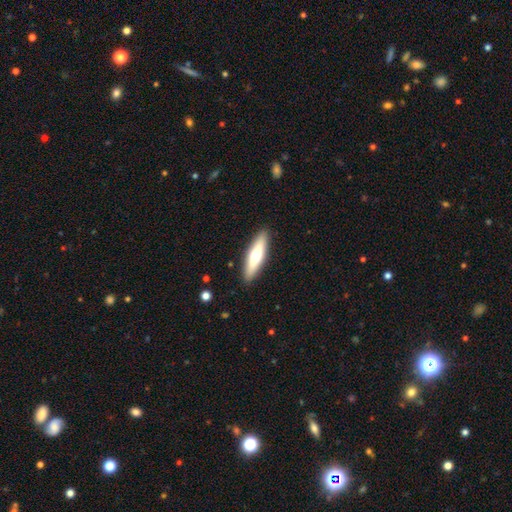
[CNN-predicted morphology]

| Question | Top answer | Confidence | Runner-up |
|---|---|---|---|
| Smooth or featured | smooth | 58% | featured or disk (37%) |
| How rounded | cigar-shaped | 71% | in between (28%) |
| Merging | none | 90% | minor disturbance (7%) |